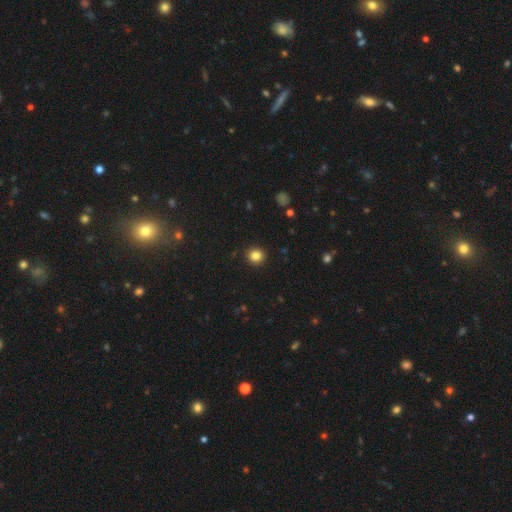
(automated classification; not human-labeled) This is clearly a smooth galaxy (84%). How rounded: clearly round (92%). Merging: clearly none (92%).